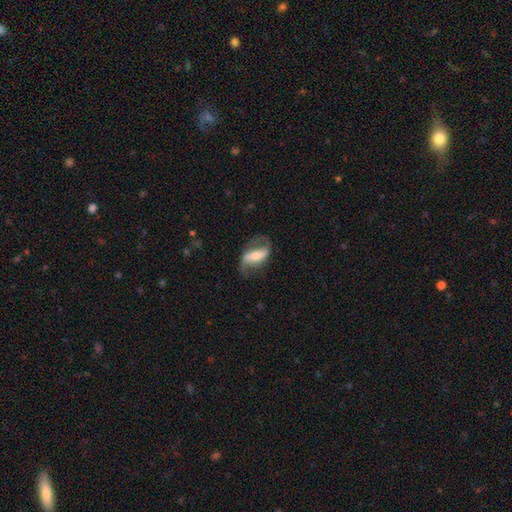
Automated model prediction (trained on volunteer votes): Morphology: type=featured or disk (74%); edge-on=no (92%); bar=strong (55%); spiral arms=yes (86%); winding=loose (58%); arm count=2 (88%); bulge=moderate (43%); merging=none (65%).